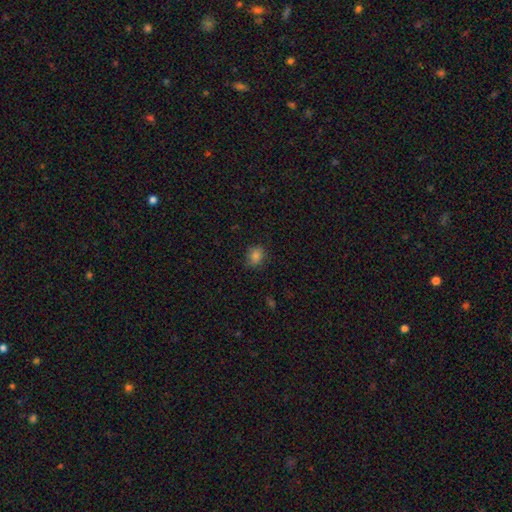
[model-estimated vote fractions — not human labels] The model was most divided on "how rounded": round: 57%, in between: 42%, cigar-shaped: 1%. More confident: smooth or featured — smooth (81%); merging — none (79%).